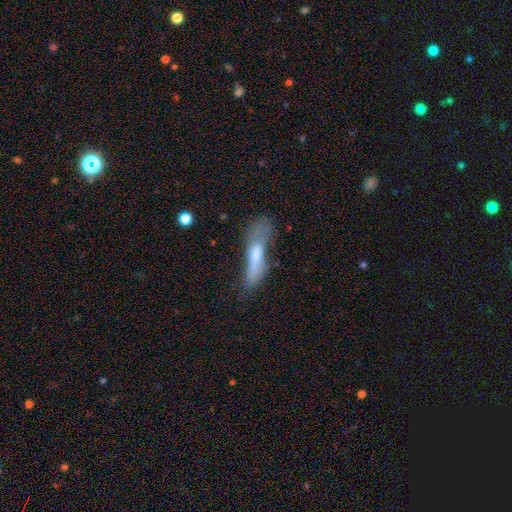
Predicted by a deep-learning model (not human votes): Morphology: type=smooth (60%); roundness=cigar-shaped (74%); merging=none (34%).